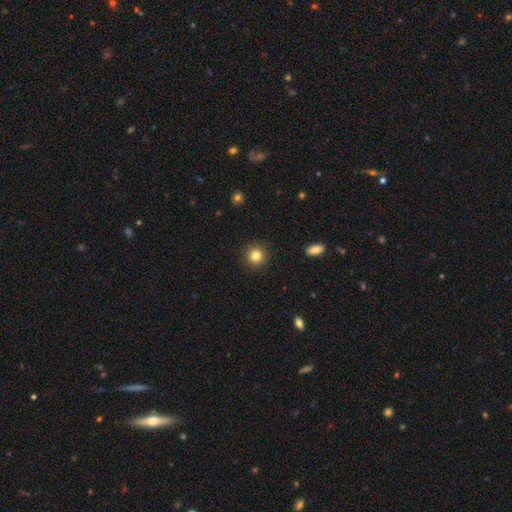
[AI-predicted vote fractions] smooth-or-featured: smooth: 82% | star or artifact: 11% | featured or disk: 7%
  how-rounded: round: 94% | in between: 5% | cigar-shaped: 1%
  merging: none: 92% | minor disturbance: 5% | major disturbance: 2% | merger: 1%